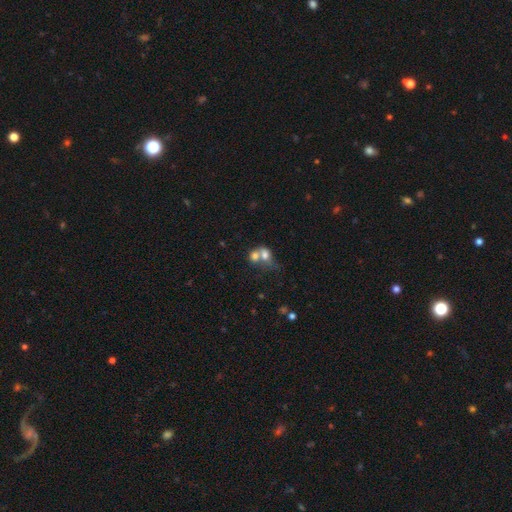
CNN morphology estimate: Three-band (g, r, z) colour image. It shows a smooth galaxy with no disk features (69%) that is round (54%). Merging: merger (72%).